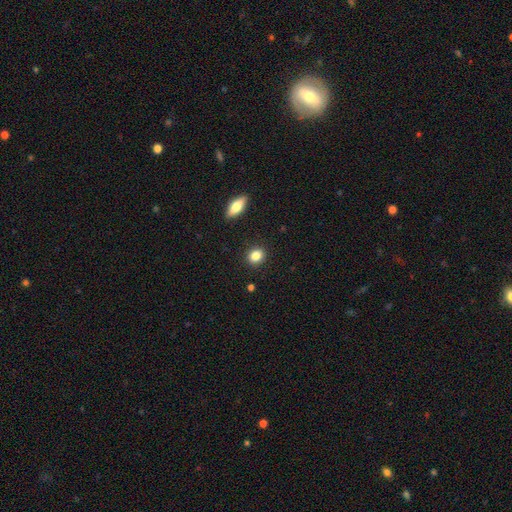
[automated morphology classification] A smooth galaxy with no disk features (84%) that is round (65%). Merging: none (90%).